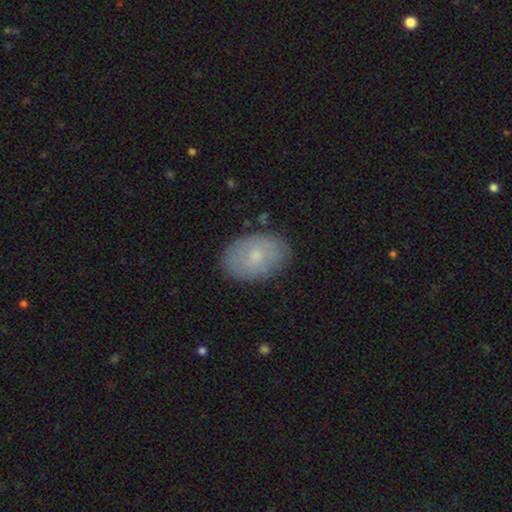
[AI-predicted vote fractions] A smooth galaxy with no disk features (69%) that is in between round and cigar-shaped (86%).

Vote fractions:
- Smooth or featured? smooth: 69% / featured or disk: 23% / star or artifact: 8%
- How rounded? in between: 86% / round: 13% / cigar-shaped: 1%
- Merging? none: 84% / minor disturbance: 12% / major disturbance: 3% / merger: 1%